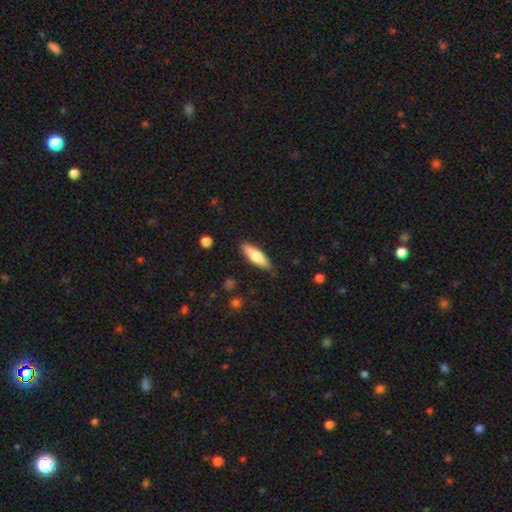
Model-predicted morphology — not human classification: The model was most divided on "how rounded": cigar-shaped: 55%, in between: 43%, round: 2%. More confident: merging — none (86%); smooth or featured — smooth (69%).